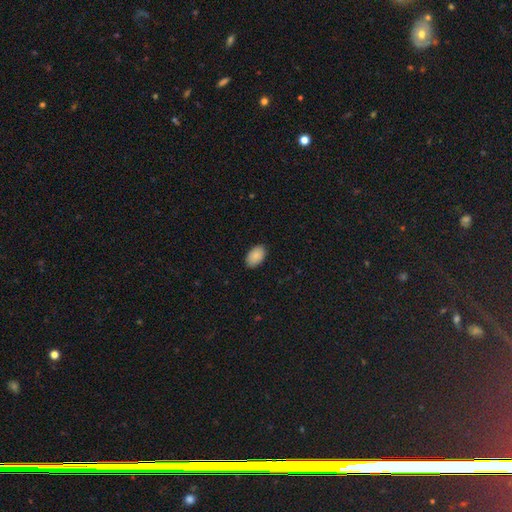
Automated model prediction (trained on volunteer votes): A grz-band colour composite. It shows a smooth galaxy with no disk features (88%) that is in between round and cigar-shaped (93%). Merging: none (88%).